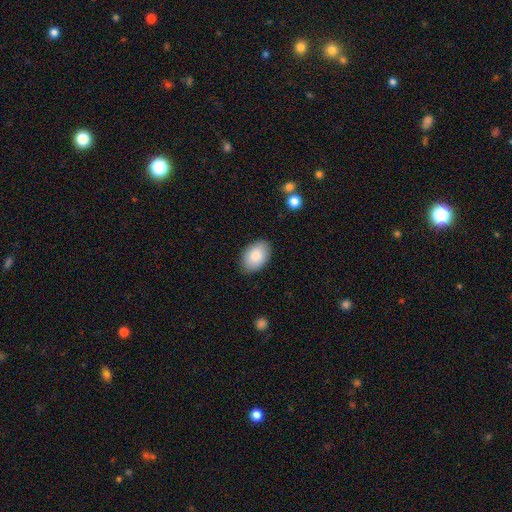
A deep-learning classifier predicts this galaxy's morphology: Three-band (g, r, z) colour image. It shows a smooth galaxy with no disk features (87%) that is in between round and cigar-shaped (90%). Merging: none (86%).